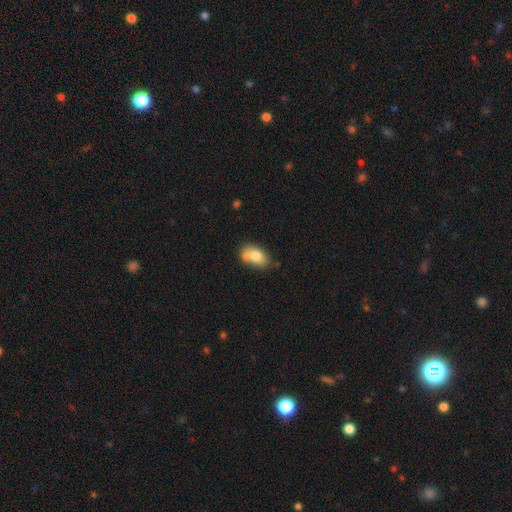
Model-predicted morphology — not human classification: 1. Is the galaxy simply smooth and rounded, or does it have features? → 76% smooth, 16% featured or disk, 8% star or artifact.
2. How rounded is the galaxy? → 88% in between, 11% round, 2% cigar-shaped.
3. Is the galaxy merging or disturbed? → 48% none, 23% merger, 22% minor disturbance, 7% major disturbance.